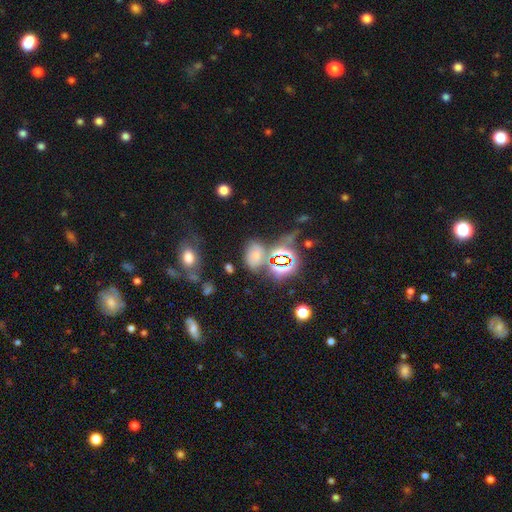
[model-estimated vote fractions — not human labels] smooth 50%, star or artifact 37%, featured or disk 14%. Down the decision tree: merging — none (61%).